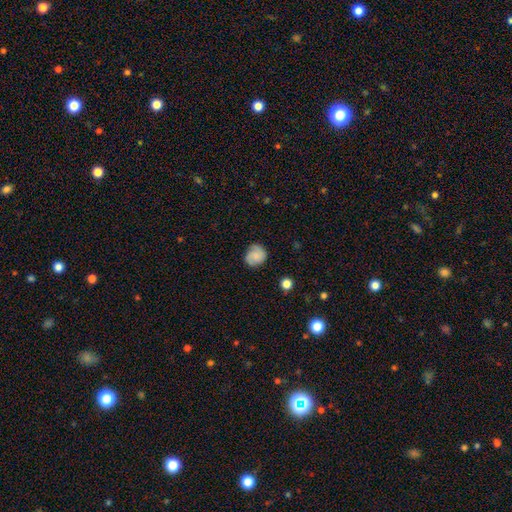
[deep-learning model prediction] Overall: smooth (65%; featured or disk 26%). How rounded: round (77%). Merging: none (74%).